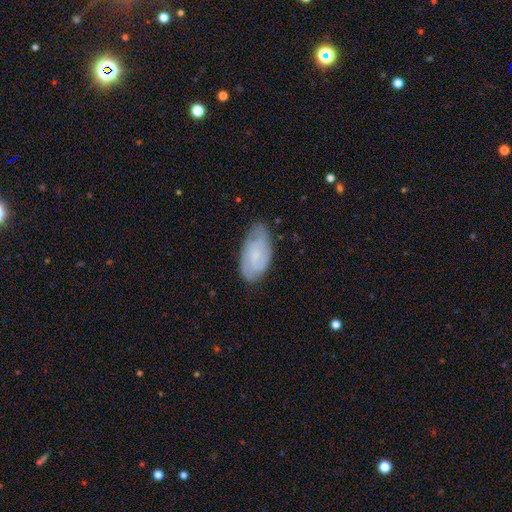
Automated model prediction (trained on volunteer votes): This appears to be a featured or disk galaxy (51%). Merging: none (71%).